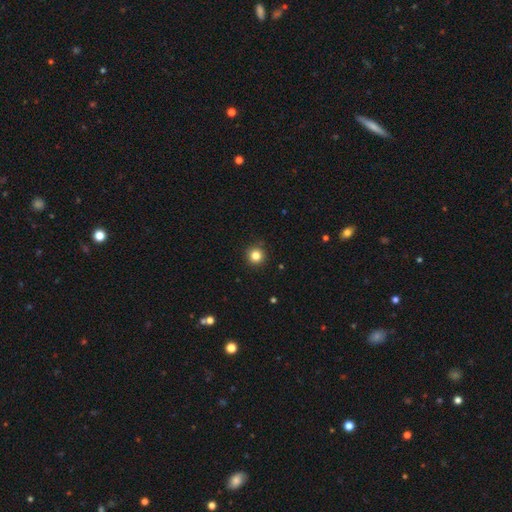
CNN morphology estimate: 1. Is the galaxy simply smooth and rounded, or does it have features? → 83% smooth, 12% star or artifact, 5% featured or disk.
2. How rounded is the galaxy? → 95% round, 4% in between, 1% cigar-shaped.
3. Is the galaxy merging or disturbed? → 91% none, 6% minor disturbance, 2% major disturbance, 1% merger.